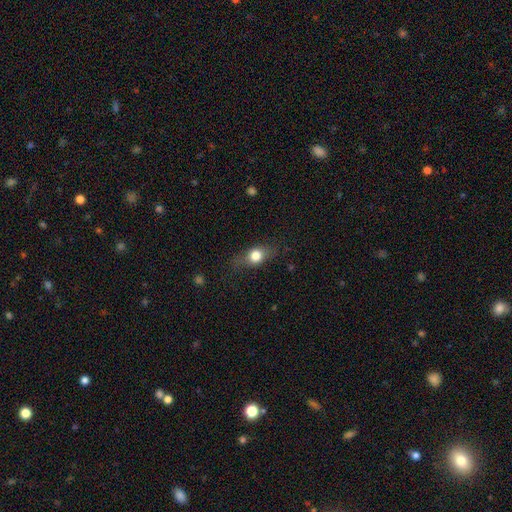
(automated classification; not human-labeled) A smooth galaxy with no disk features (72%) that is in between round and cigar-shaped (59%).

Vote fractions:
- Smooth or featured? smooth: 72% / featured or disk: 18% / star or artifact: 9%
- How rounded? in between: 59% / round: 33% / cigar-shaped: 8%
- Merging? none: 73% / minor disturbance: 19% / major disturbance: 7% / merger: 1%